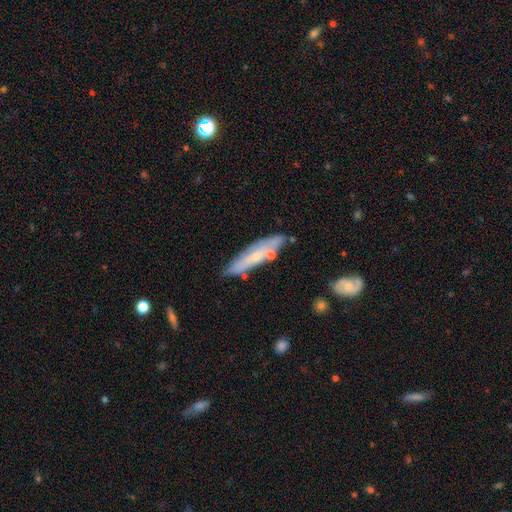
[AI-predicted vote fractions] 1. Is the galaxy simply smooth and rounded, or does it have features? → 49% featured or disk, 44% smooth, 7% star or artifact.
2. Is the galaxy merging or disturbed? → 69% none, 19% minor disturbance, 8% merger, 4% major disturbance.